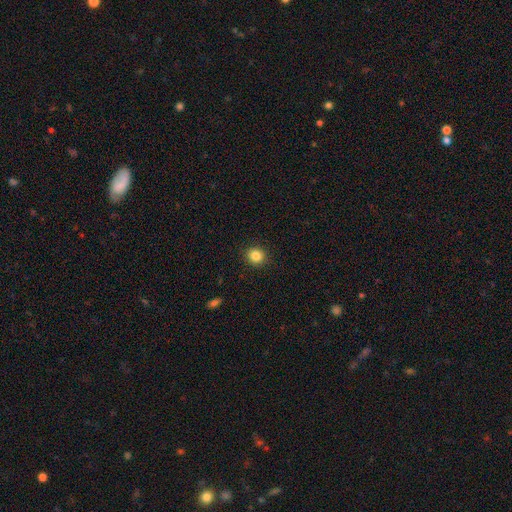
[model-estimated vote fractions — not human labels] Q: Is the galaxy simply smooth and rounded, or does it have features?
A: smooth — 84%.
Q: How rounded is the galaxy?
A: round — 85%.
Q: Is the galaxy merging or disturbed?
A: none — 91%.